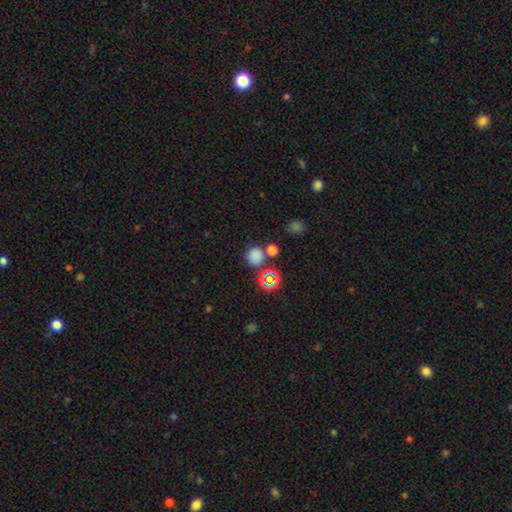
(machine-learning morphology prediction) A smooth galaxy with no disk features (73%) that is round (88%).

Vote fractions:
- Smooth or featured? smooth: 73% / star or artifact: 22% / featured or disk: 5%
- How rounded? round: 88% / in between: 11% / cigar-shaped: 1%
- Merging? none: 72% / merger: 15% / minor disturbance: 9% / major disturbance: 4%